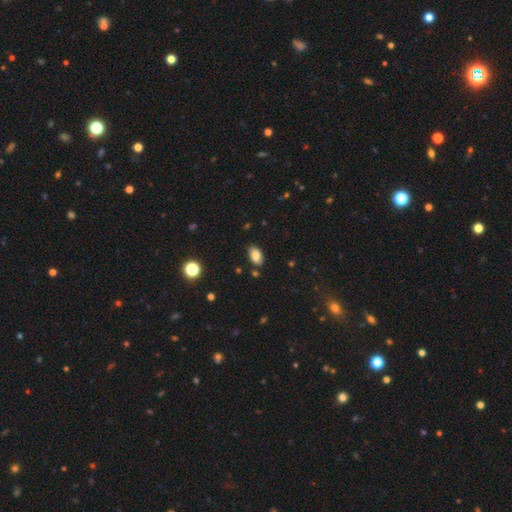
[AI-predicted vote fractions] Q: Smooth or featured?
A: smooth (83%); runner-up: star or artifact (9%)
Q: How rounded?
A: in between (93%); runner-up: round (5%)
Q: Merging?
A: none (85%); runner-up: minor disturbance (11%)